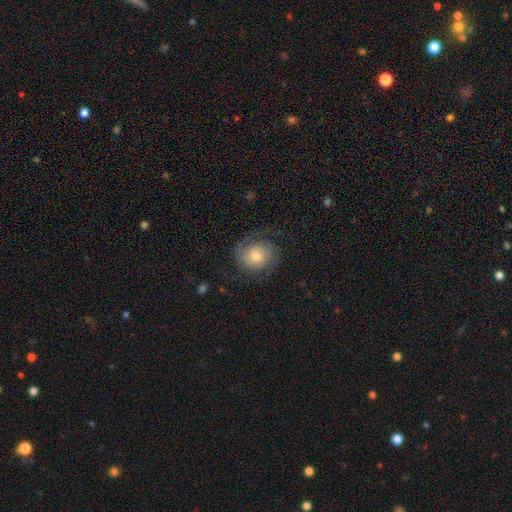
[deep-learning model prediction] A featured or disk galaxy (67%) with no bar (73%), 2 (79%) tight (41%, tied with medium) spiral arms (93%) and a moderate central bulge (56%).

Vote fractions:
- Smooth or featured? featured or disk: 67% / smooth: 25% / star or artifact: 8%
- Edge-on disk? no: 98% / yes: 2%
- Bar? no: 73% / weak: 23% / strong: 4%
- Spiral arms? yes: 93% / no: 7%
- Spiral winding? tight: 41% (tied) / medium: 41% (tied) / loose: 18%
- Spiral arm count? 2: 79% / can't tell: 8% / 1: 5% / 3: 4% / 4: 2% / more than 4: 2%
- Bulge size? moderate: 56% / small: 24% / large: 14% / none: 3% / dominant: 3%
- Merging? none: 74% / minor disturbance: 15% / major disturbance: 10% / merger: 1%